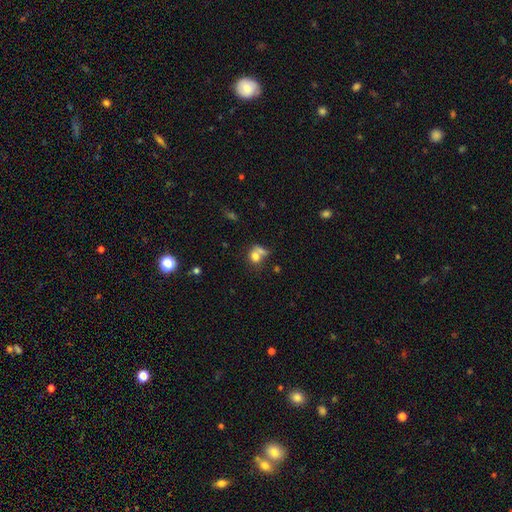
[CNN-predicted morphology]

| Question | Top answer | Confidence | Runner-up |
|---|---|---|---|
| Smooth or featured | smooth | 73% | featured or disk (15%) |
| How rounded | round | 60% | in between (38%) |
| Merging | merger | 47% | none (33%) |